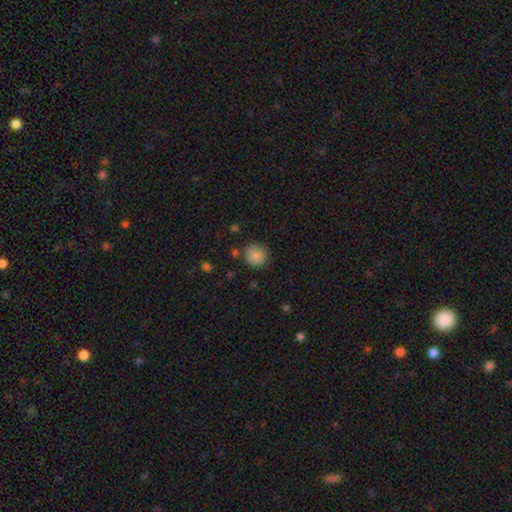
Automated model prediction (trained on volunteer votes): Overall: smooth (86%). How rounded: round (89%). Merging: none (83%).